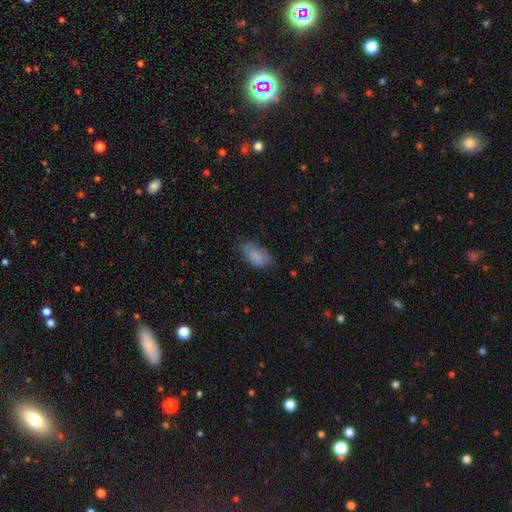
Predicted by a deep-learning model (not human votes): This appears to be a smooth galaxy with no disk features (80%) that is in between round and cigar-shaped (92%). Merging: none (61%).